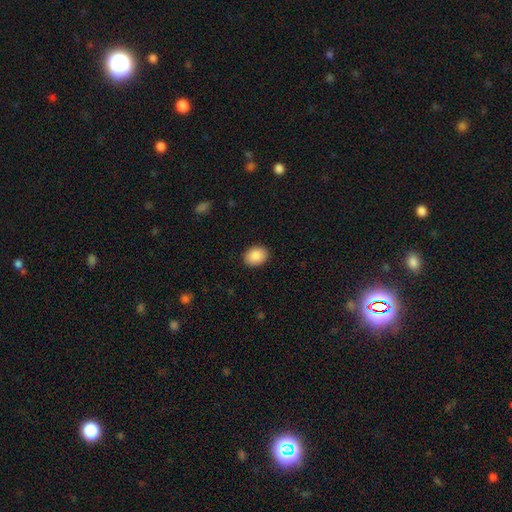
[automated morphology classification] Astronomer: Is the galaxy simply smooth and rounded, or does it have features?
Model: smooth — 90%.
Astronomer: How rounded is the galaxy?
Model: in between — 66%.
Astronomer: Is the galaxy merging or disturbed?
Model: none — 90%.